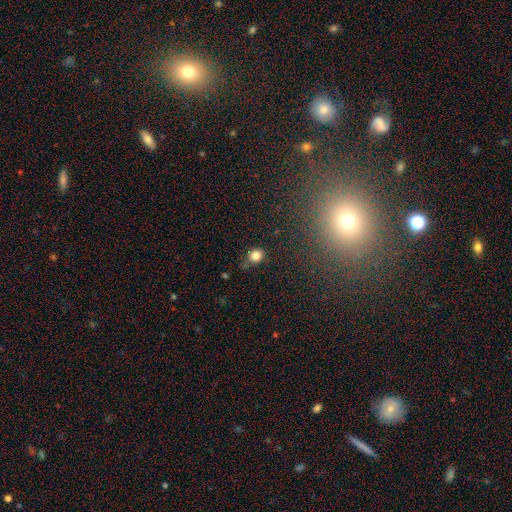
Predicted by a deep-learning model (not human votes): Smooth or featured?
  - smooth: 82% *
  - star or artifact: 12%
  - featured or disk: 5%
How rounded?
  - round: 80% *
  - in between: 19%
  - cigar-shaped: 1%
Merging?
  - none: 74% *
  - minor disturbance: 18%
  - major disturbance: 4%
  - merger: 3%